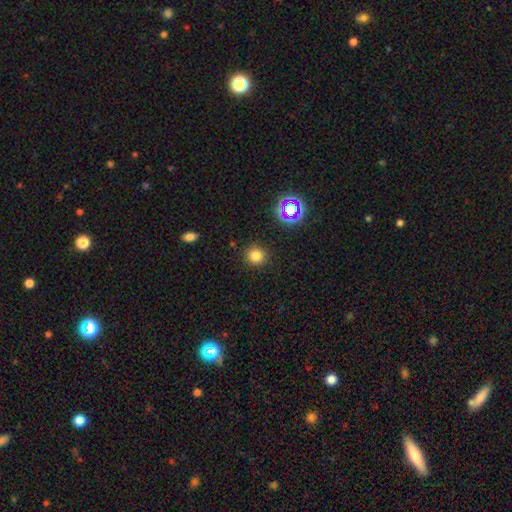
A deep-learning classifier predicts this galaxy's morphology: The model was most divided on "smooth or featured": smooth: 77%, star or artifact: 17%, featured or disk: 5%. More confident: how rounded — round (91%); merging — none (89%).